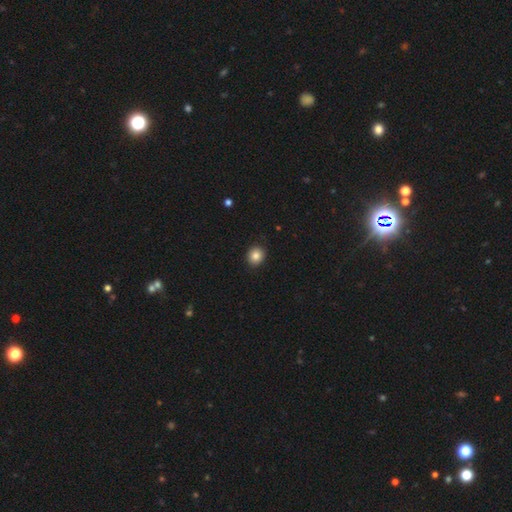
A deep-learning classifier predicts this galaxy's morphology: The model was most divided on "how rounded": round: 78%, in between: 21%, cigar-shaped: 1%. More confident: merging — none (91%); smooth or featured — smooth (85%).